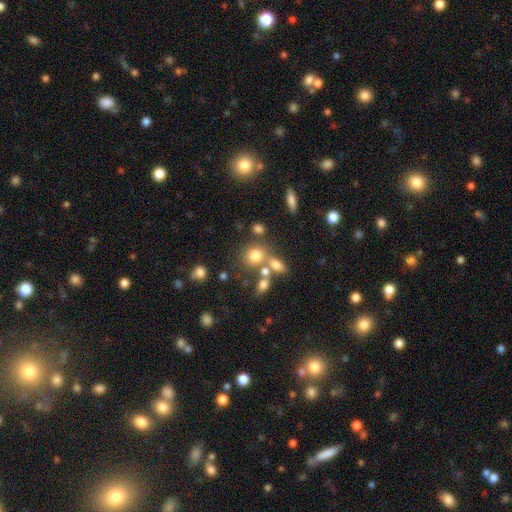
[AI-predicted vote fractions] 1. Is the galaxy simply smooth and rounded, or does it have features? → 73% smooth, 15% star or artifact, 13% featured or disk.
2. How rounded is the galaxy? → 70% round, 28% in between, 2% cigar-shaped.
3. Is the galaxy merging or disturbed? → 51% none, 30% merger, 12% minor disturbance, 7% major disturbance.